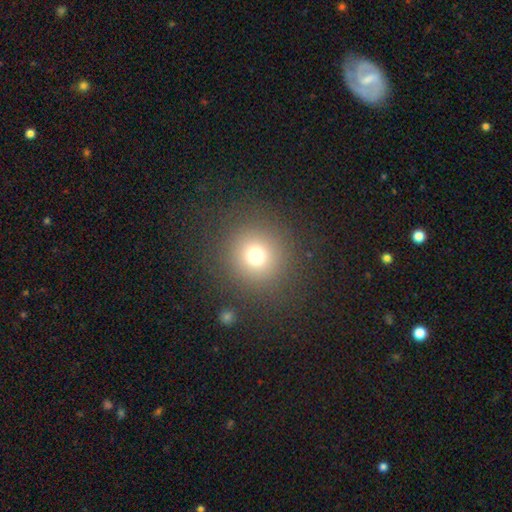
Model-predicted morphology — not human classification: Overall: smooth (72%). How rounded: round (94%). Merging: none (86%).